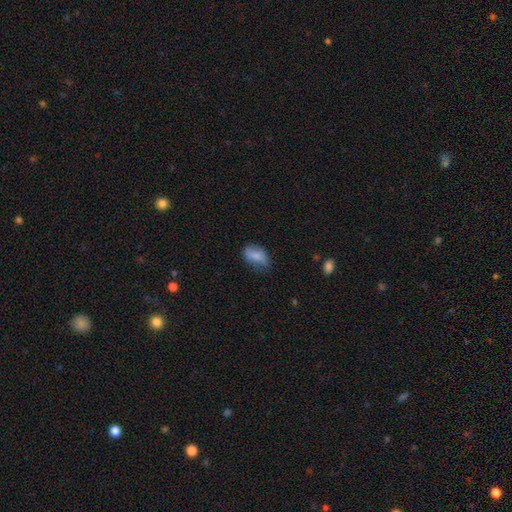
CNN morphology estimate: Smooth or featured? smooth (78%)
How rounded? in between (88%)
Merging? none (52%)